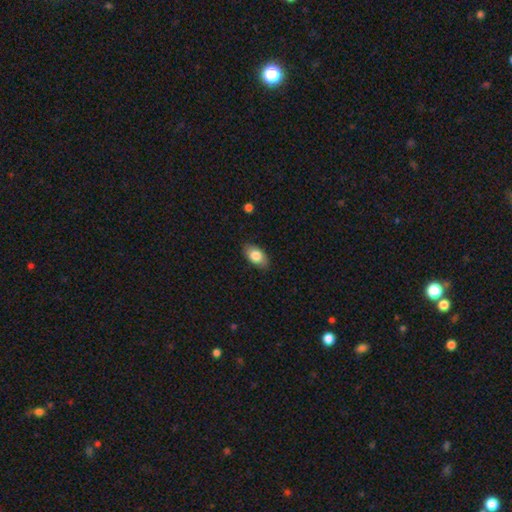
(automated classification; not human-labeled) This is clearly a smooth galaxy (81%). How rounded: clearly in between (92%). Merging: clearly none (85%).